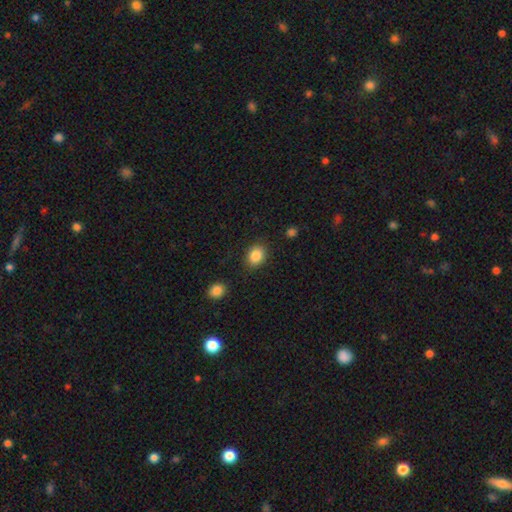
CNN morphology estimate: Smooth or featured: smooth — 86% (star or artifact — 9%)
How rounded: in between — 51% (round — 48%)
Merging: none — 85% (minor disturbance — 10%)